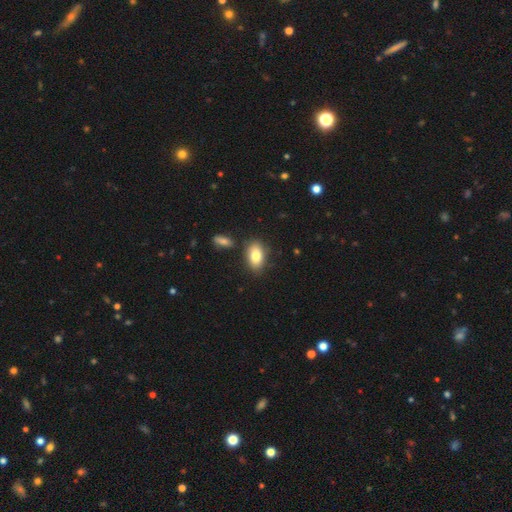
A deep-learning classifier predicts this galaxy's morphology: A smooth galaxy with no disk features (82%) that is in between round and cigar-shaped (90%). Merging: none (78%).